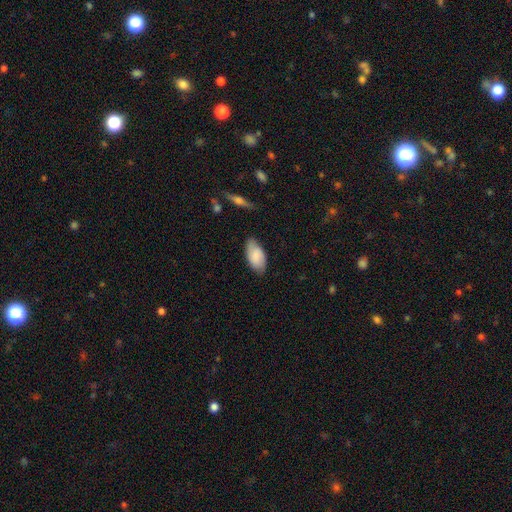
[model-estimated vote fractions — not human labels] A smooth galaxy with no disk features (75%) that is in between round and cigar-shaped (94%). Merging: none (75%).